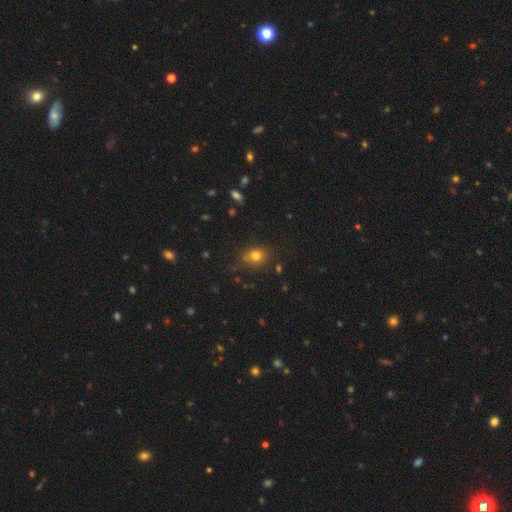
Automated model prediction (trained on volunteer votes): This is likely a smooth galaxy (77%). How rounded: likely round (62%). Merging: likely none (74%).